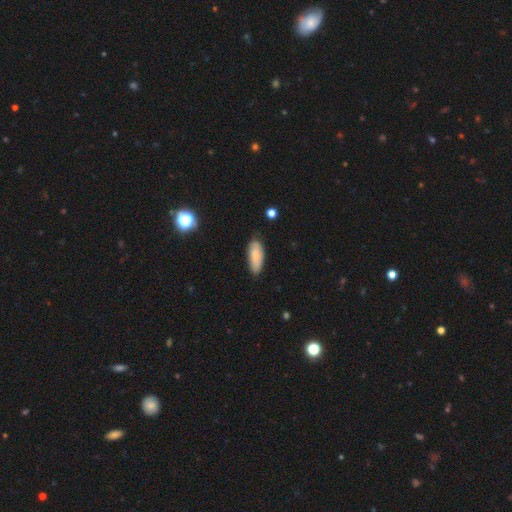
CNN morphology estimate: This is likely a smooth galaxy (74%). How rounded: clearly in between (82%). Merging: likely none (70%).